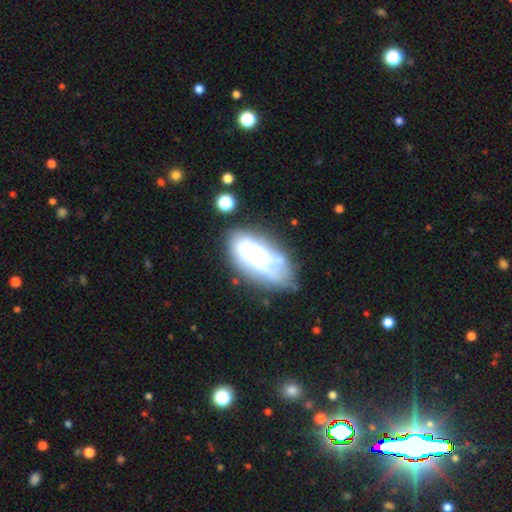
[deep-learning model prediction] The model was most divided on "smooth or featured": featured or disk: 54%, smooth: 36%, star or artifact: 9%. More confident: edge-on disk — no (90%); merging — none (50%).